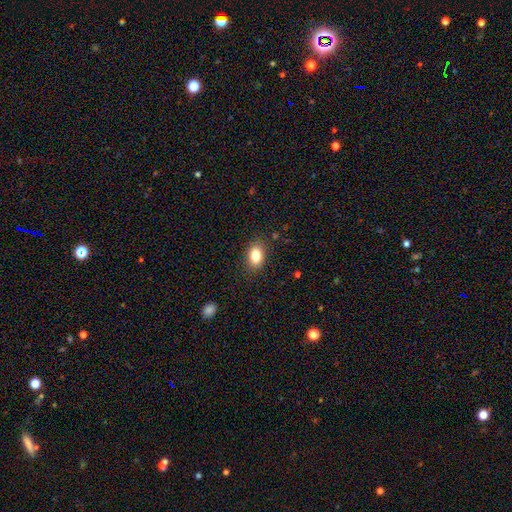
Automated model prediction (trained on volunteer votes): This appears to be a smooth galaxy with no disk features (83%) that is in between round and cigar-shaped (82%). Merging: none (86%).